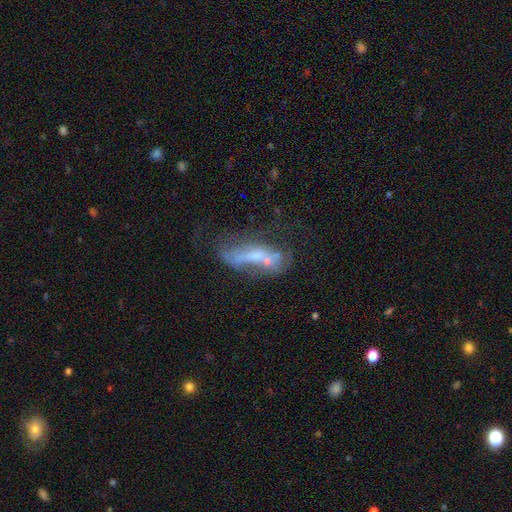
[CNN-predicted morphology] featured or disk 54%, smooth 34%, star or artifact 13%. Down the decision tree: edge-on disk — no (78%); merging — major disturbance (30%).